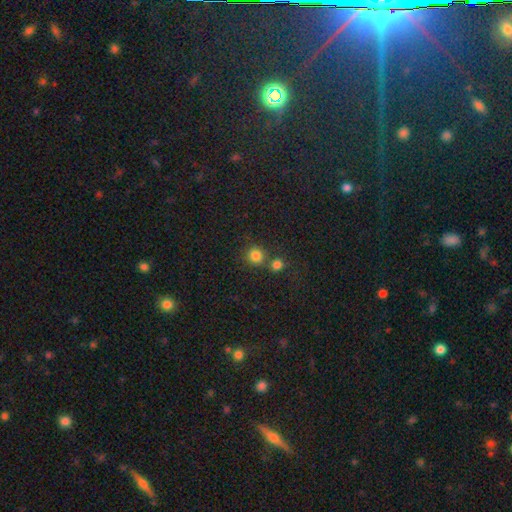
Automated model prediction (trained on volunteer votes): The model was most divided on "merging": none: 64%, merger: 26%, minor disturbance: 7%, major disturbance: 3%. More confident: how rounded — round (91%); smooth or featured — smooth (81%).